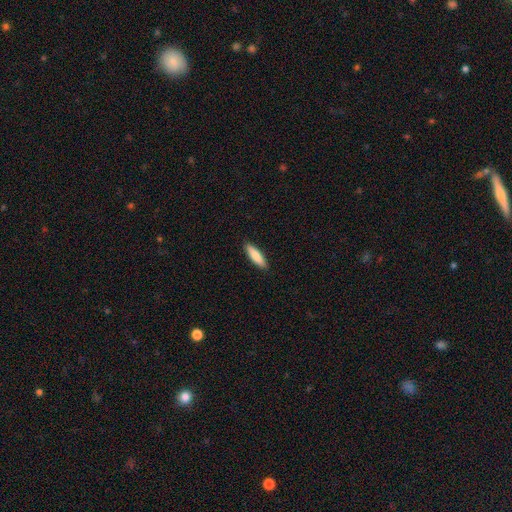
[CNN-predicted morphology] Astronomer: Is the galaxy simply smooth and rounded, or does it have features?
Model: smooth — 81%.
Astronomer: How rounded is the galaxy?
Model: cigar-shaped — 64%.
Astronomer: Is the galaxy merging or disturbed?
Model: none — 90%.